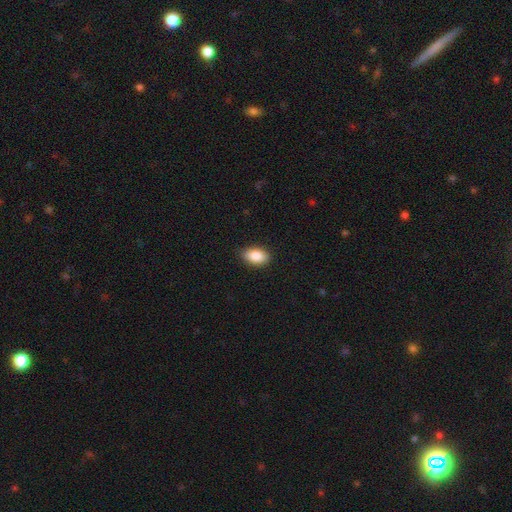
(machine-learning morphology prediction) Q: Smooth or featured?
A: smooth (87%); runner-up: star or artifact (7%)
Q: How rounded?
A: in between (91%); runner-up: round (7%)
Q: Merging?
A: none (88%); runner-up: minor disturbance (9%)